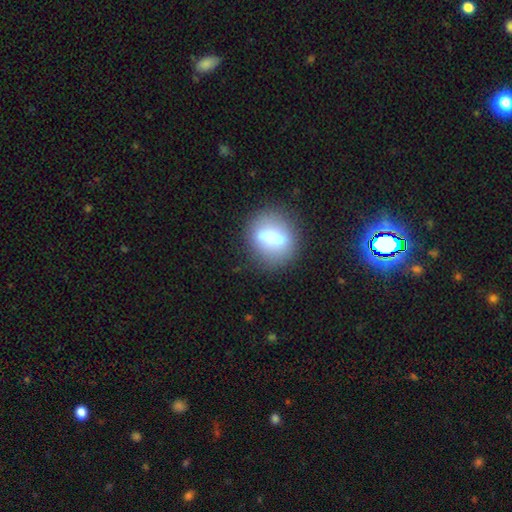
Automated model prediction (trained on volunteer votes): Smooth or featured? smooth (63%)
How rounded? round (49%)
Merging? none (78%)